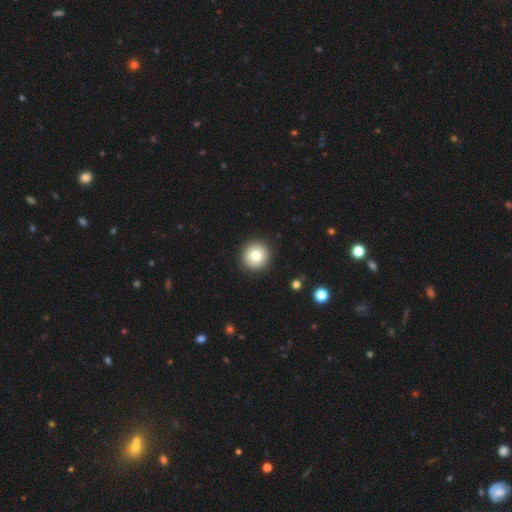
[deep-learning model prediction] Smooth or featured? smooth (78%)
How rounded? round (95%)
Merging? none (92%)